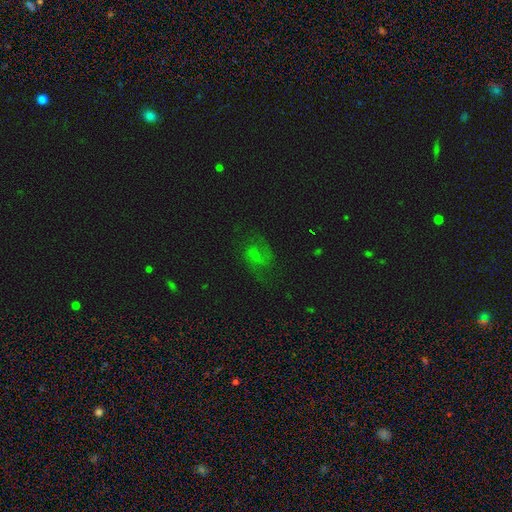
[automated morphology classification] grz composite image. It shows a featured or disk galaxy (50%). Merging: none (58%).